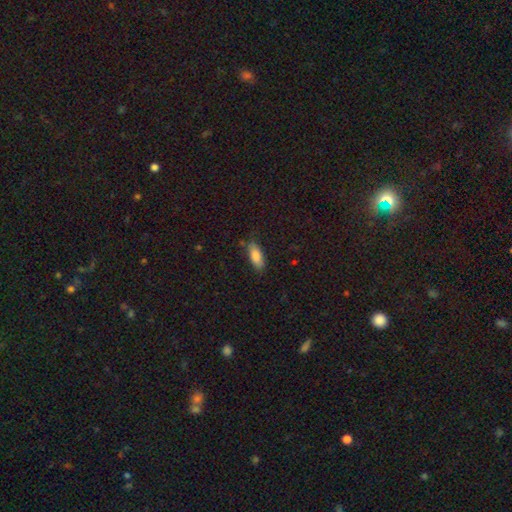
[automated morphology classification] Smooth or featured? smooth (84%)
How rounded? in between (78%)
Merging? none (77%)